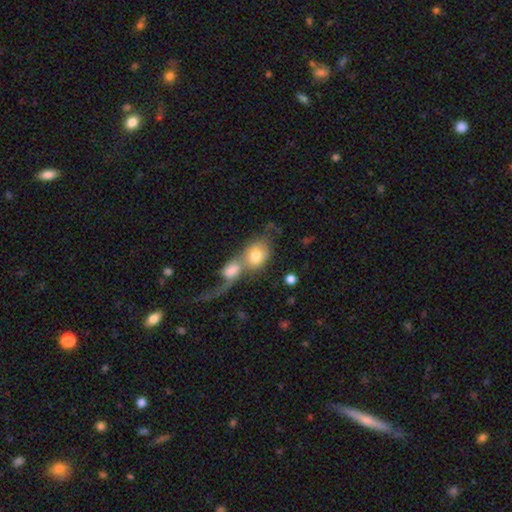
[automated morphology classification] Smooth or featured? Predicted: smooth (p=0.69). How rounded? Predicted: in between (p=0.57). Merging? Predicted: merger (p=0.76).